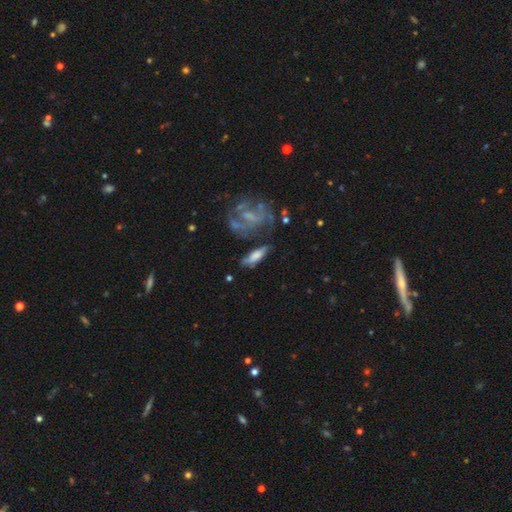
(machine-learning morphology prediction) This appears to be a smooth galaxy with no disk features (56%) that is in between round and cigar-shaped (50%). Merging: none (59%).